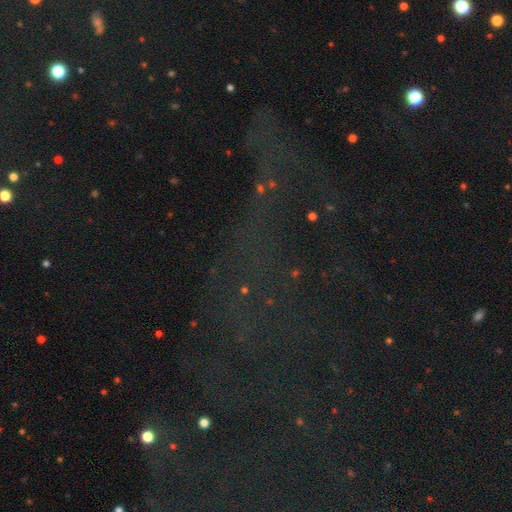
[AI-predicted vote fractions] Smooth or featured?
  - star or artifact: 76% *
  - smooth: 12%
  - featured or disk: 12%